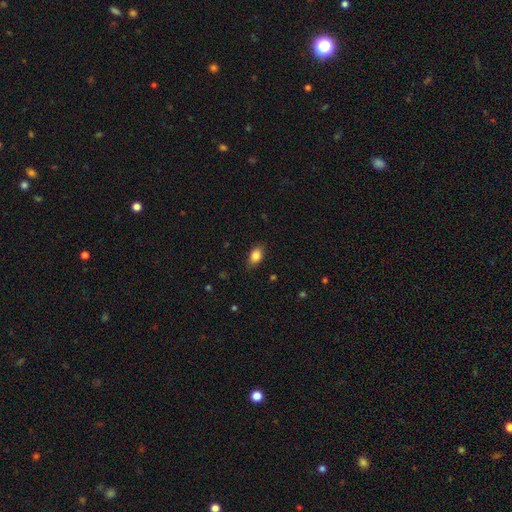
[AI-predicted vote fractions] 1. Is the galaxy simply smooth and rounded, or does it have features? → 85% smooth, 8% star or artifact, 7% featured or disk.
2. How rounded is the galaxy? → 85% in between, 12% round, 3% cigar-shaped.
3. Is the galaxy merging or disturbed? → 83% none, 13% minor disturbance, 3% major disturbance, 1% merger.